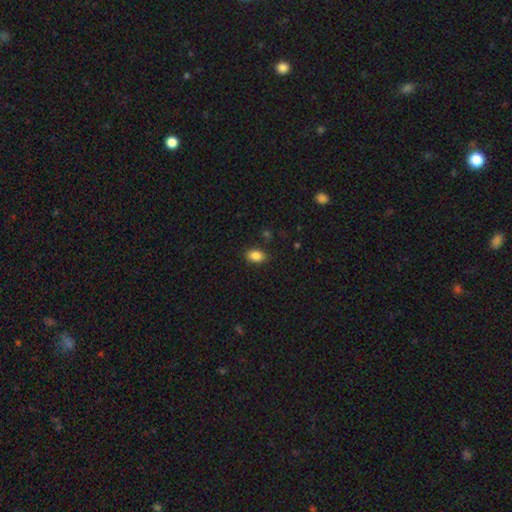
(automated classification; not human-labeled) Smooth or featured? Predicted: smooth (p=0.87). How rounded? Predicted: in between (p=0.83). Merging? Predicted: none (p=0.86).